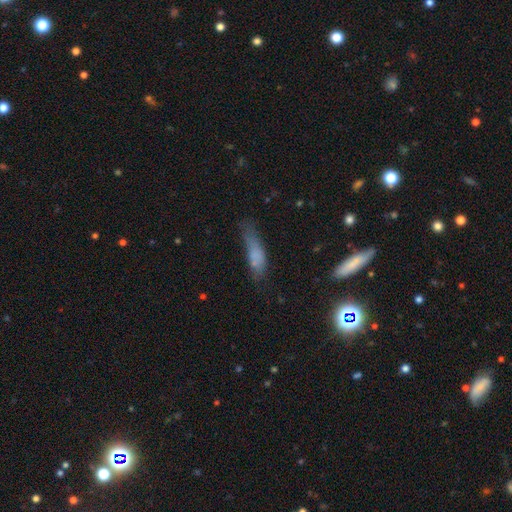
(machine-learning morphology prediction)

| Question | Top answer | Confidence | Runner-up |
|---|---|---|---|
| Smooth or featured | smooth | 70% | featured or disk (18%) |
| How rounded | cigar-shaped | 56% | in between (41%) |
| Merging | none | 39% | minor disturbance (33%) |